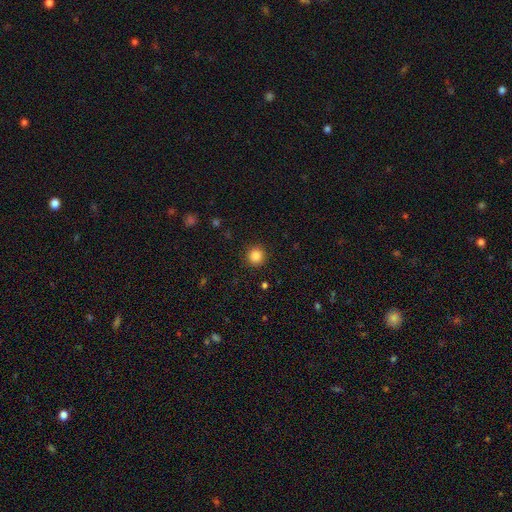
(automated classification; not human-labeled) A smooth galaxy with no disk features (85%) that is round (95%).

Vote fractions:
- Smooth or featured? smooth: 85% / star or artifact: 11% / featured or disk: 4%
- How rounded? round: 95% / in between: 4% / cigar-shaped: 1%
- Merging? none: 92% / minor disturbance: 5% / major disturbance: 2% / merger: 1%